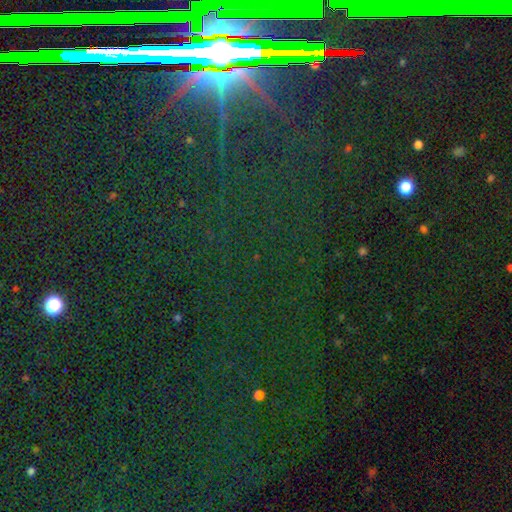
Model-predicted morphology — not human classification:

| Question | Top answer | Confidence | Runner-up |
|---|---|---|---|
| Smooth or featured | star or artifact | 82% | smooth (9%) |